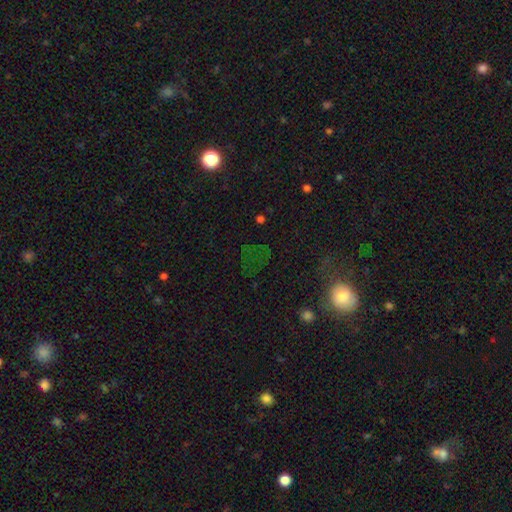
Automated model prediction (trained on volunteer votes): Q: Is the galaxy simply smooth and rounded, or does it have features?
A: star or artifact — 49%.